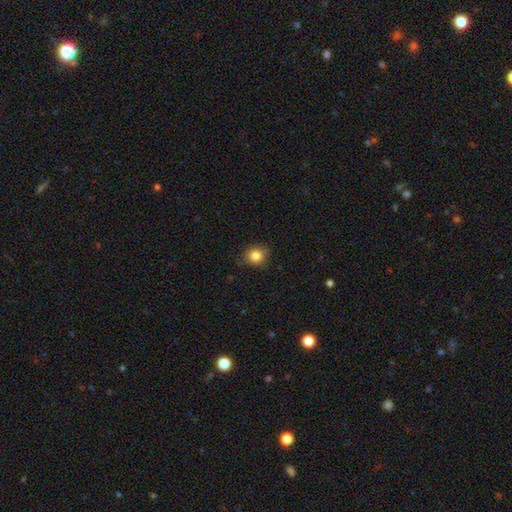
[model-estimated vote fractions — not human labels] smooth_or_featured: smooth (p=0.84) [alt: star or artifact p=0.11]
how_rounded: round (p=0.81) [alt: in between p=0.18]
merging: none (p=0.82) [alt: minor disturbance p=0.14]